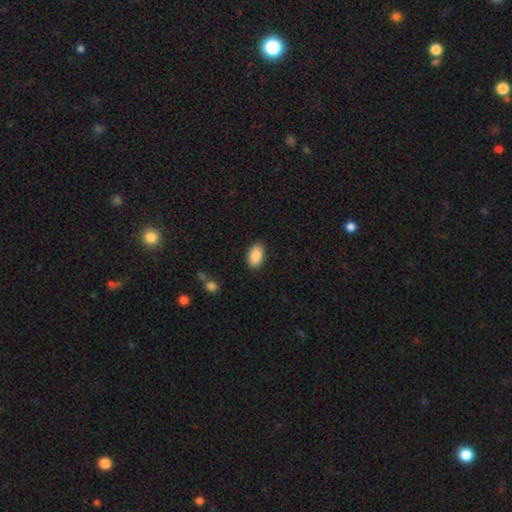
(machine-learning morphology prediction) Smooth or featured? smooth (89%)
How rounded? in between (93%)
Merging? none (88%)